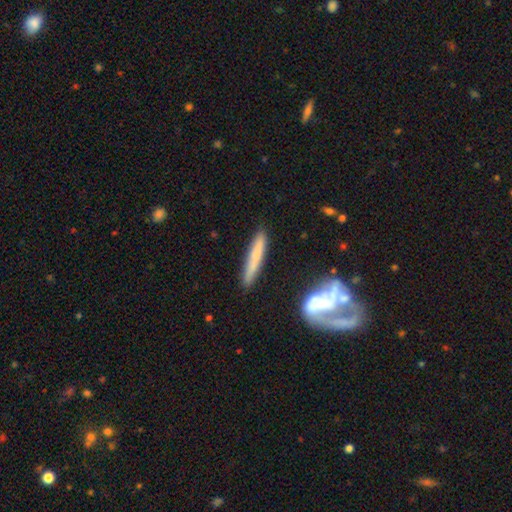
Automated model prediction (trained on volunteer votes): Smooth or featured: smooth — 59% (featured or disk — 35%)
How rounded: cigar-shaped — 93% (in between — 5%)
Merging: none — 82% (minor disturbance — 11%)